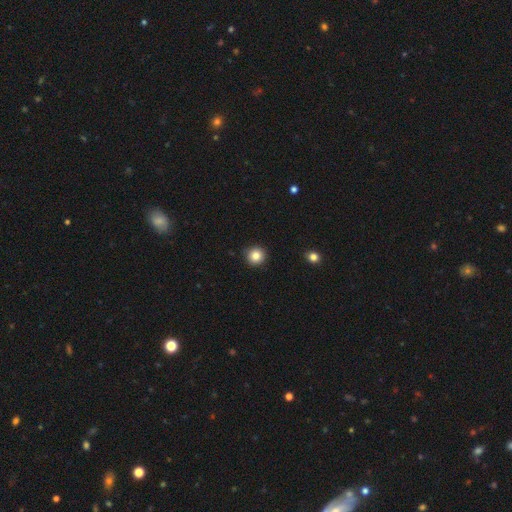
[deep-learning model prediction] Smooth or featured? Predicted: smooth (p=0.84). How rounded? Predicted: round (p=0.94). Merging? Predicted: none (p=0.91).